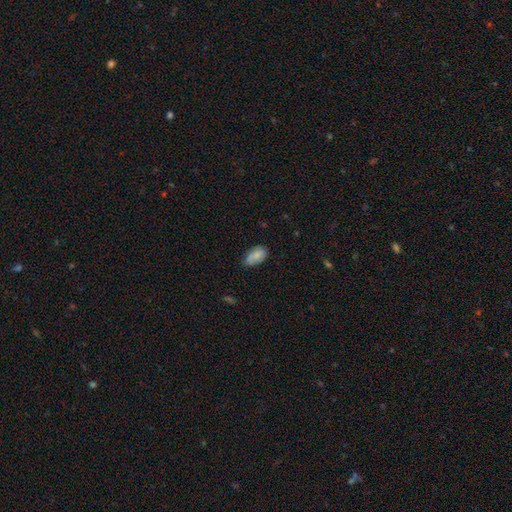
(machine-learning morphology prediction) Smooth or featured? smooth (78%)
How rounded? in between (93%)
Merging? none (57%)